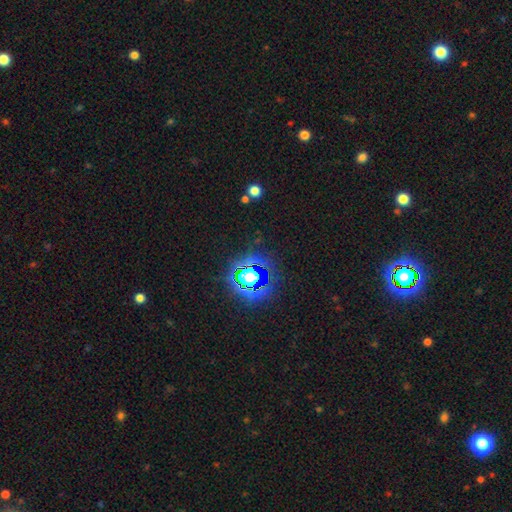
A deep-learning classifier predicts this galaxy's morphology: A star or artifact, not a galaxy (81%).

Vote fractions:
- Smooth or featured? star or artifact: 81% / smooth: 12% / featured or disk: 7%